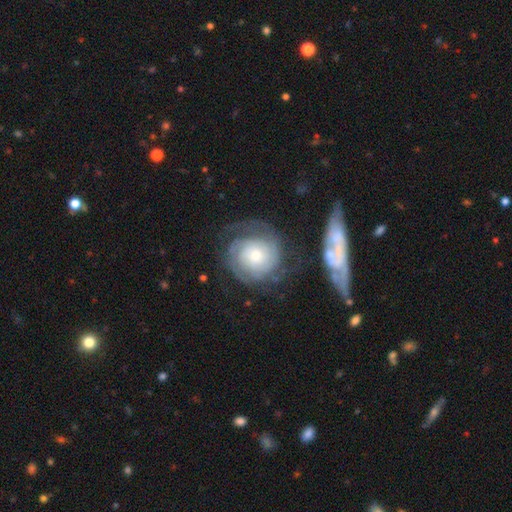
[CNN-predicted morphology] This appears to be a featured or disk galaxy (80%) with no bar (78%), tight (71%) spiral arms (94%) and a small central bulge (57%). Merging: none (65%).